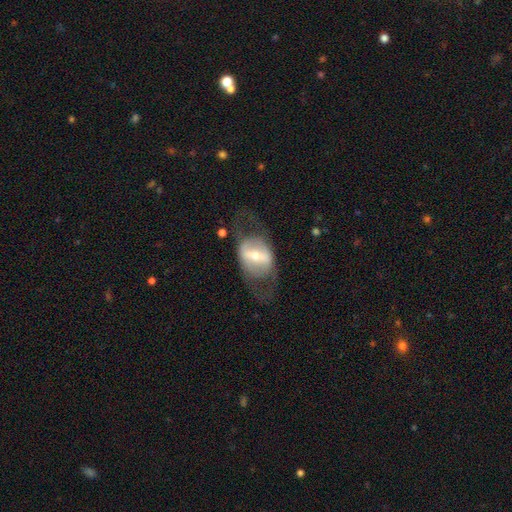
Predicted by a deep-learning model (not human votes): Smooth or featured? featured or disk (67%)
Edge-on disk? no (88%)
Bar? strong (63%)
Spiral arms? no (65%)
Bulge size? moderate (46%)
Merging? none (53%)